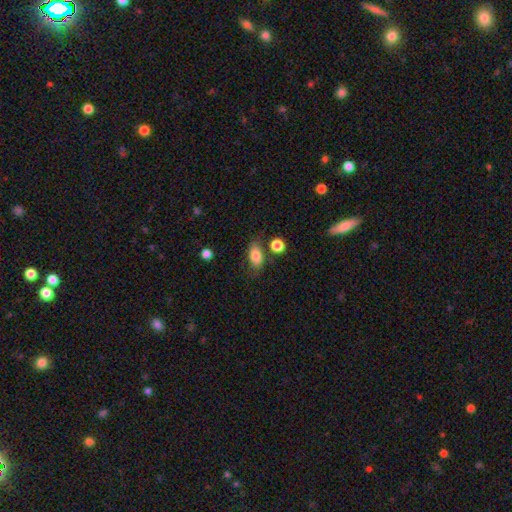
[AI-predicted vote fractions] Smooth or featured: smooth — 81% (featured or disk — 11%)
How rounded: in between — 86% (round — 11%)
Merging: none — 65% (minor disturbance — 20%)